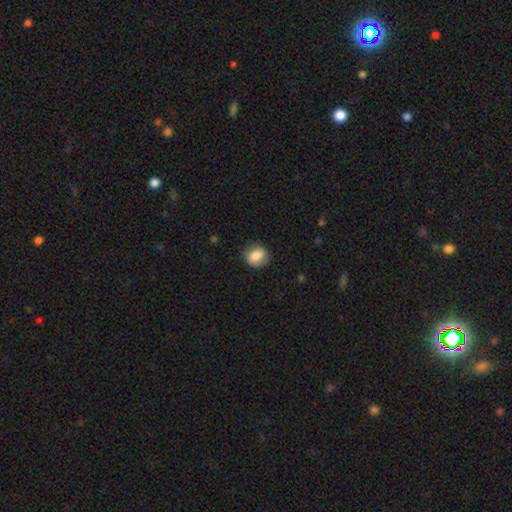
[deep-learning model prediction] Smooth or featured?
  - smooth: 78% *
  - featured or disk: 14%
  - star or artifact: 8%
How rounded?
  - round: 66% *
  - in between: 33%
  - cigar-shaped: 1%
Merging?
  - none: 80% *
  - minor disturbance: 14%
  - major disturbance: 4%
  - merger: 1%